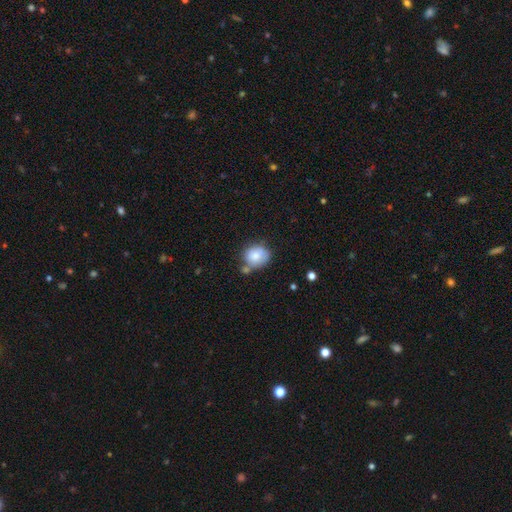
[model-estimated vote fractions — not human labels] Smooth or featured?
  - smooth: 78% *
  - featured or disk: 14%
  - star or artifact: 8%
How rounded?
  - round: 68% *
  - in between: 31%
  - cigar-shaped: 1%
Merging?
  - none: 53% *
  - minor disturbance: 22%
  - merger: 19%
  - major disturbance: 6%